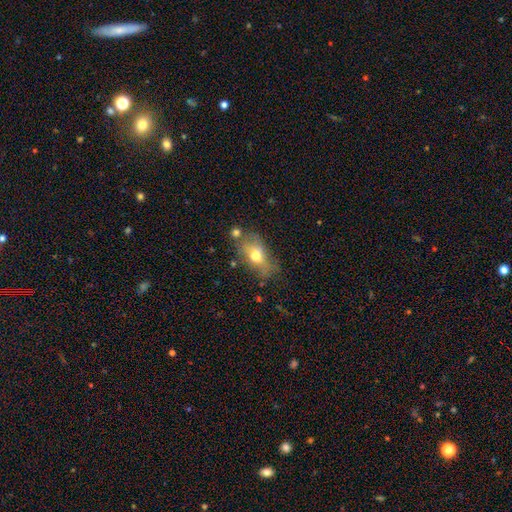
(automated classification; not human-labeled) Smooth or featured: smooth — 59% (featured or disk — 32%)
How rounded: in between — 82% (round — 11%)
Merging: none — 54% (minor disturbance — 25%)